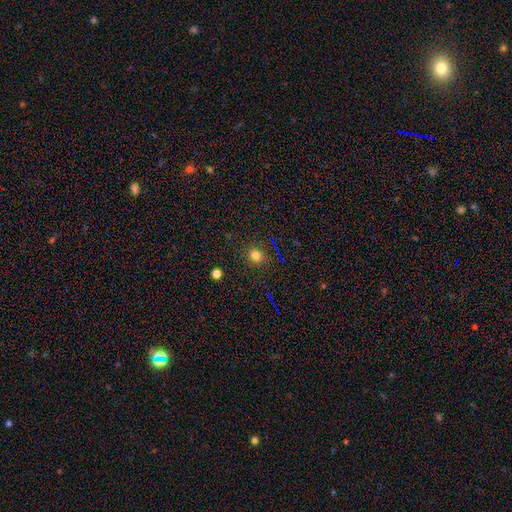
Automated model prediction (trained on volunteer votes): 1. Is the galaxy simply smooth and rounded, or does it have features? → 76% smooth, 19% star or artifact, 6% featured or disk.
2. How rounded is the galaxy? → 80% round, 19% in between, 1% cigar-shaped.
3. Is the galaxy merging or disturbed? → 88% none, 8% minor disturbance, 3% major disturbance, 1% merger.